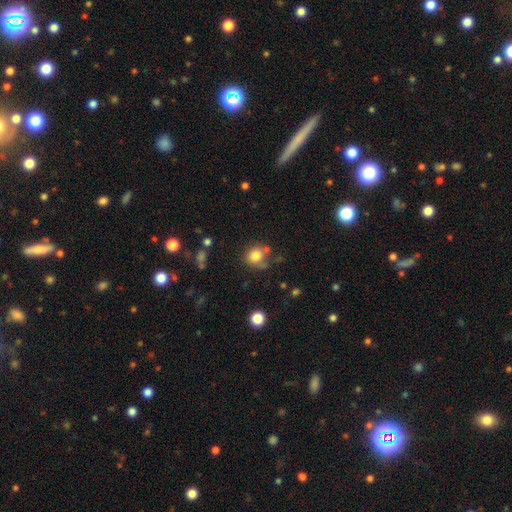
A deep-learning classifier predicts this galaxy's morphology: smooth 80%, star or artifact 11%, featured or disk 8%. Down the decision tree: how rounded — round (83%); merging — none (63%).